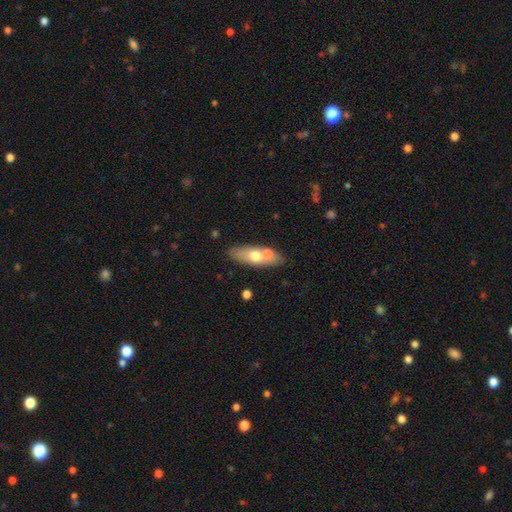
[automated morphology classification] smooth_or_featured: smooth (p=0.59) [alt: featured or disk p=0.35]
how_rounded: in between (p=0.61) [alt: cigar-shaped p=0.34]
merging: none (p=0.63) [alt: merger p=0.22]